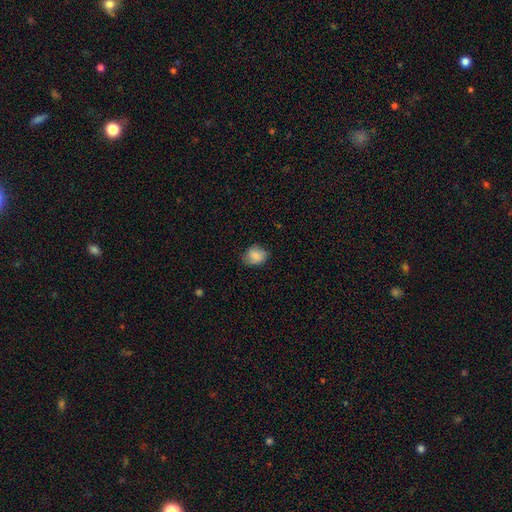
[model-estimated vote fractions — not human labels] A smooth galaxy with no disk features (83%) that is round (51%).

Vote fractions:
- Smooth or featured? smooth: 83% / featured or disk: 9% / star or artifact: 8%
- How rounded? round: 51% / in between: 48% / cigar-shaped: 1%
- Merging? none: 70% / minor disturbance: 24% / major disturbance: 5% / merger: 1%